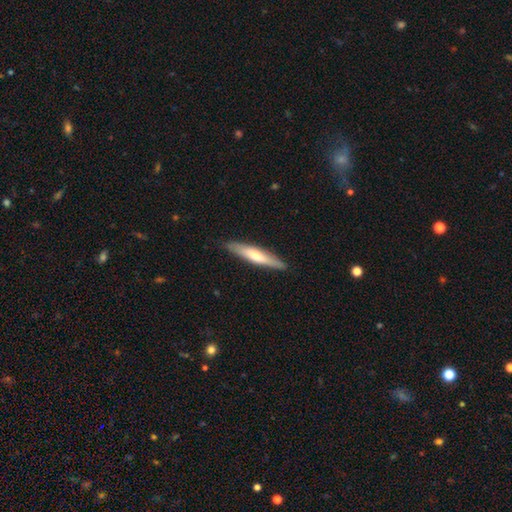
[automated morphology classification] smooth_or_featured: smooth (p=0.57) [alt: featured or disk p=0.39]
how_rounded: cigar-shaped (p=0.89) [alt: in between p=0.10]
merging: none (p=0.88) [alt: minor disturbance p=0.10]